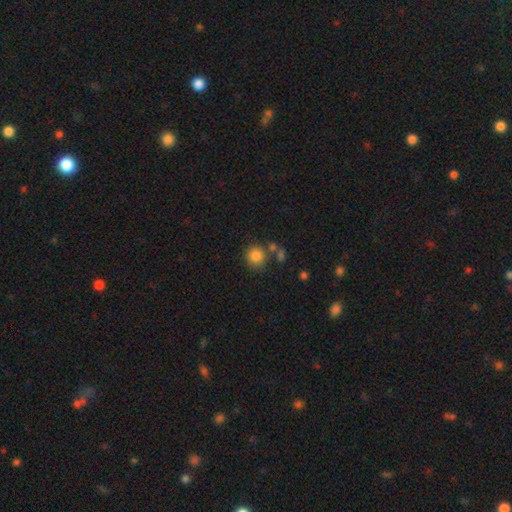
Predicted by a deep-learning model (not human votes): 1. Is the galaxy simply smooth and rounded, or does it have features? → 84% smooth, 11% star or artifact, 5% featured or disk.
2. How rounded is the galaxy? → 89% round, 11% in between, 1% cigar-shaped.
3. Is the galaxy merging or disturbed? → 71% none, 14% merger, 11% minor disturbance, 4% major disturbance.